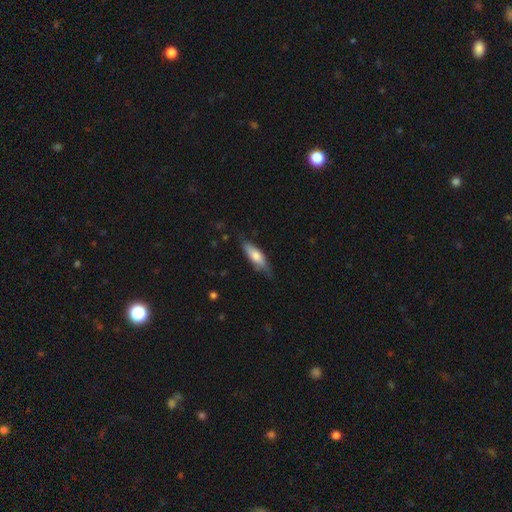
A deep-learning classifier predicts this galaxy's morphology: Smooth or featured? Predicted: smooth (p=0.67). How rounded? Predicted: in between (p=0.55). Merging? Predicted: none (p=0.66).